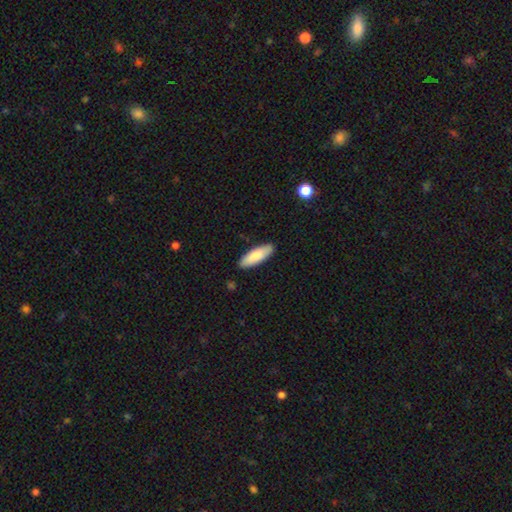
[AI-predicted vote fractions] Smooth or featured? smooth (81%)
How rounded? in between (62%)
Merging? none (89%)